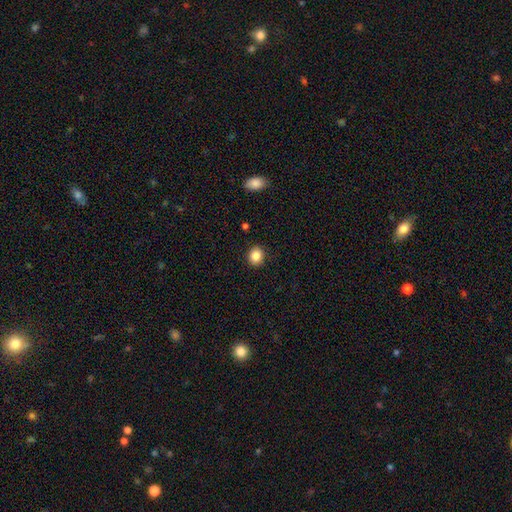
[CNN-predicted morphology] The model was most divided on "how rounded": round: 71%, in between: 28%, cigar-shaped: 1%. More confident: merging — none (91%); smooth or featured — smooth (85%).